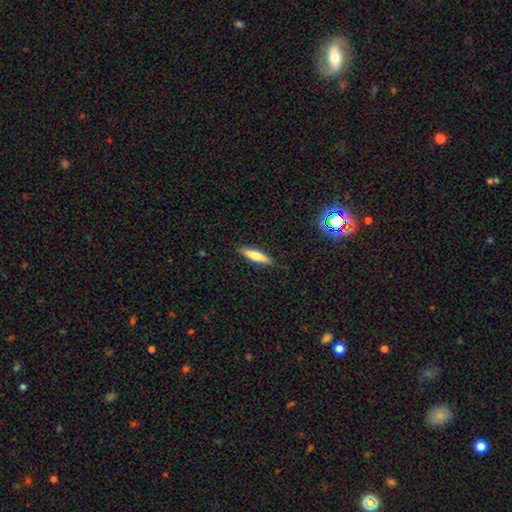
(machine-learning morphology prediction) Smooth or featured: smooth — 70% (featured or disk — 24%)
How rounded: cigar-shaped — 71% (in between — 27%)
Merging: none — 86% (minor disturbance — 11%)